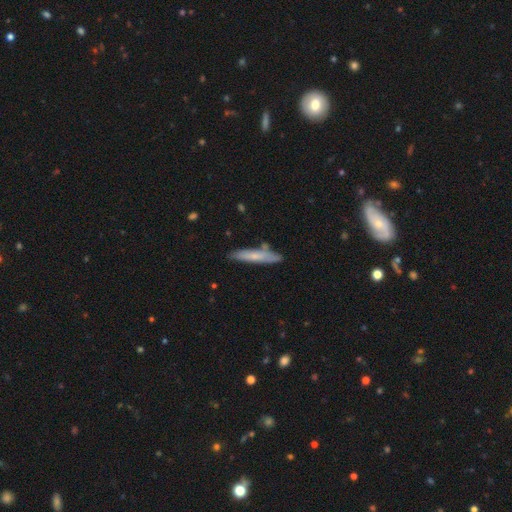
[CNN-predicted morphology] Smooth or featured?
  - smooth: 61% *
  - featured or disk: 33%
  - star or artifact: 6%
How rounded?
  - cigar-shaped: 90% *
  - in between: 8%
  - round: 1%
Merging?
  - none: 79% *
  - minor disturbance: 14%
  - merger: 5%
  - major disturbance: 2%